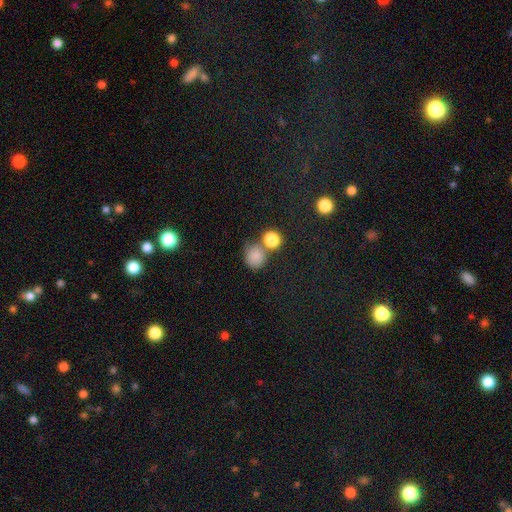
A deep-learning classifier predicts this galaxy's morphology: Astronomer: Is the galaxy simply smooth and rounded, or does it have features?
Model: smooth — 82%.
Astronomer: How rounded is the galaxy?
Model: round — 80%.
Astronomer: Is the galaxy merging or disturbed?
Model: none — 56%.